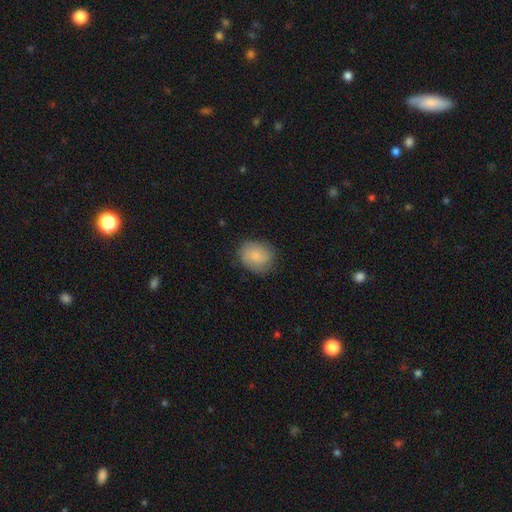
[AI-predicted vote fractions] Morphology: type=smooth (80%); roundness=round (58%); merging=none (78%).